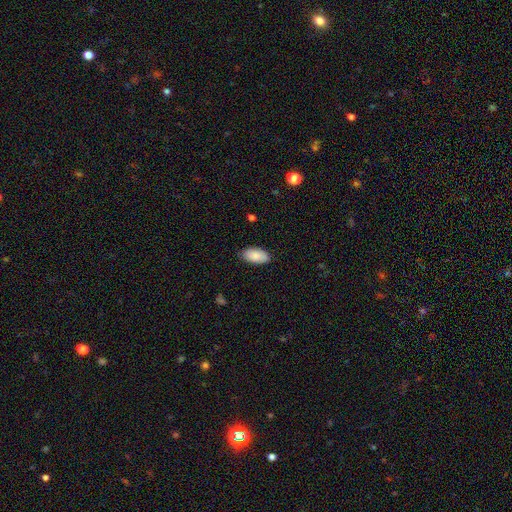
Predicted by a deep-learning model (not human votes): The model was most divided on "merging": none: 86%, minor disturbance: 11%, major disturbance: 2%, merger: 1%. More confident: how rounded — in between (94%); smooth or featured — smooth (87%).